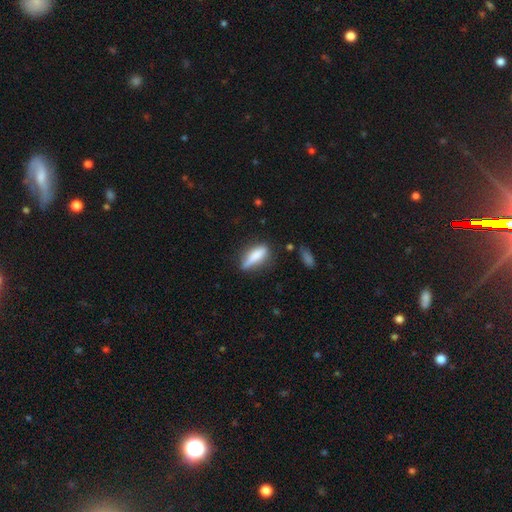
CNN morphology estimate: Smooth or featured: smooth — 69% (featured or disk — 24%)
How rounded: cigar-shaped — 62% (in between — 36%)
Merging: none — 65% (minor disturbance — 23%)